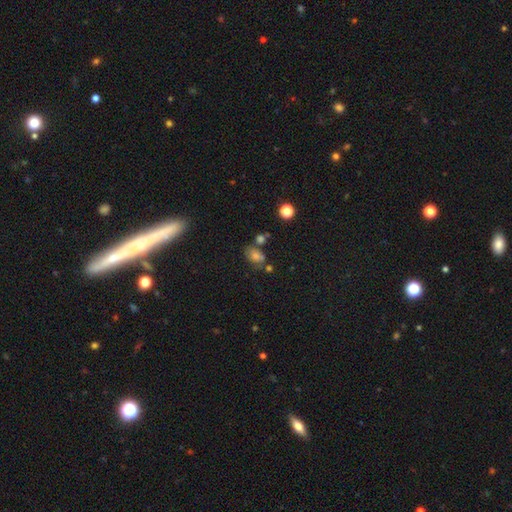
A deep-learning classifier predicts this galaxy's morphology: This appears to be a smooth galaxy with no disk features (63%) that is in between round and cigar-shaped (74%). Merging: none (61%).